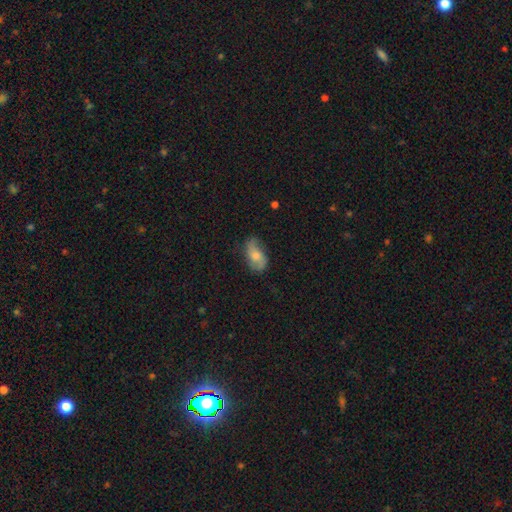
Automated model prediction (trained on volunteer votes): A smooth galaxy with no disk features (55%) that is in between round and cigar-shaped (90%). Merging: none (63%).